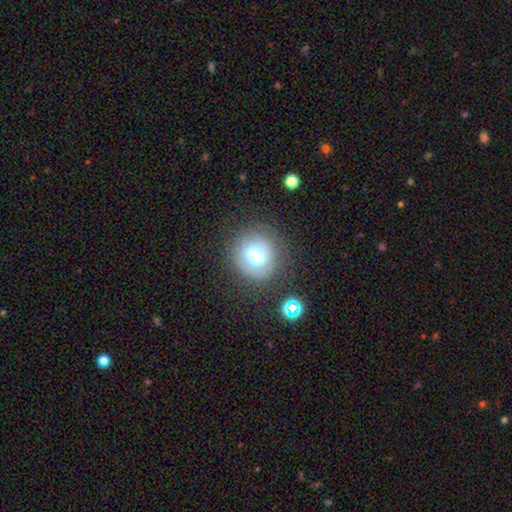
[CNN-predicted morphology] smooth_or_featured: smooth (p=0.49) [alt: featured or disk p=0.39]
merging: none (p=0.67) [alt: minor disturbance p=0.17]